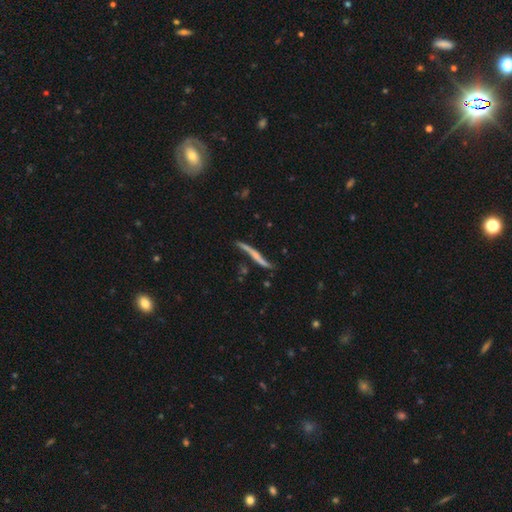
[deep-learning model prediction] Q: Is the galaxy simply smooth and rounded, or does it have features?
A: featured or disk — 61%.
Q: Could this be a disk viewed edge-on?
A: yes — 80%.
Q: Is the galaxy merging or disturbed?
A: none — 61%.